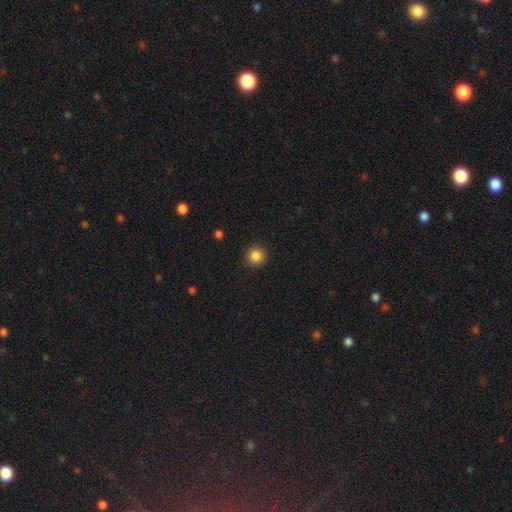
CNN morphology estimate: Smooth or featured? smooth (86%)
How rounded? round (95%)
Merging? none (91%)